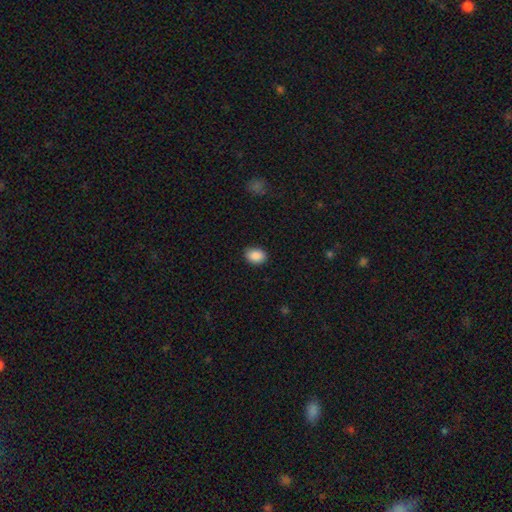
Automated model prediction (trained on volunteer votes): smooth-or-featured: smooth: 89% | star or artifact: 8% | featured or disk: 3%
  how-rounded: in between: 75% | round: 24% | cigar-shaped: 1%
  merging: none: 87% | minor disturbance: 10% | major disturbance: 2% | merger: 1%